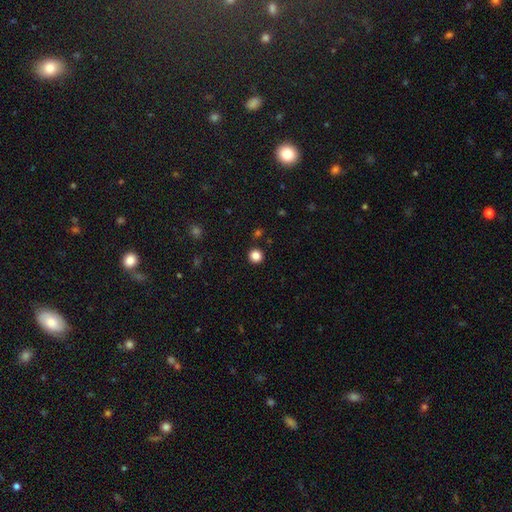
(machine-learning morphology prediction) type=smooth (85%); roundness=round (93%); merging=none (92%).